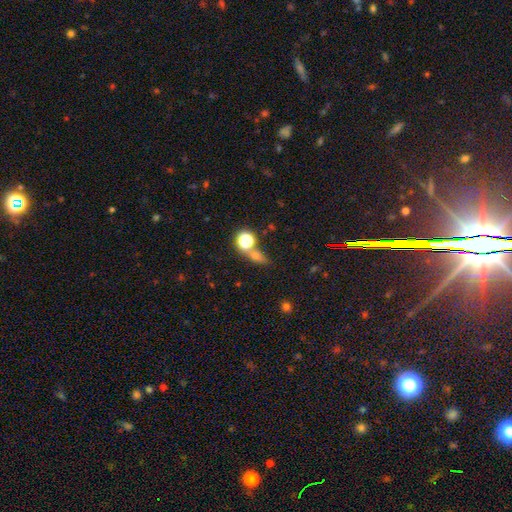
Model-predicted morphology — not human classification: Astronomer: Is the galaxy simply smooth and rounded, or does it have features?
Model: smooth — 57%.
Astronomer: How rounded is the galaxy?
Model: in between — 43% (runner-up: round, 39%).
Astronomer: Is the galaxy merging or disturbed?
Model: none — 60%.